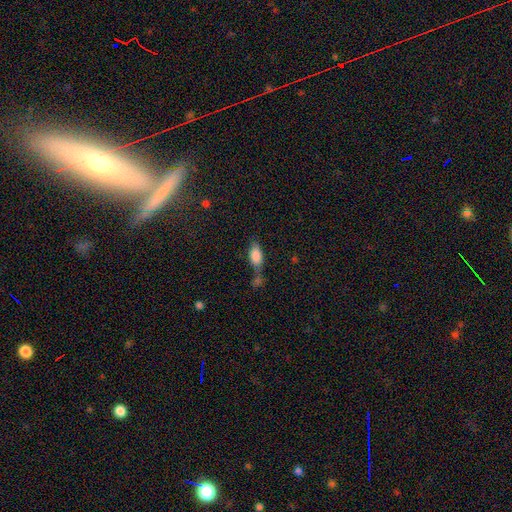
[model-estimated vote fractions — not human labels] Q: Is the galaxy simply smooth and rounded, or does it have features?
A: smooth — 82%.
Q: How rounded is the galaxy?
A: in between — 84%.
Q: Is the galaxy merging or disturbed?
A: none — 45%.